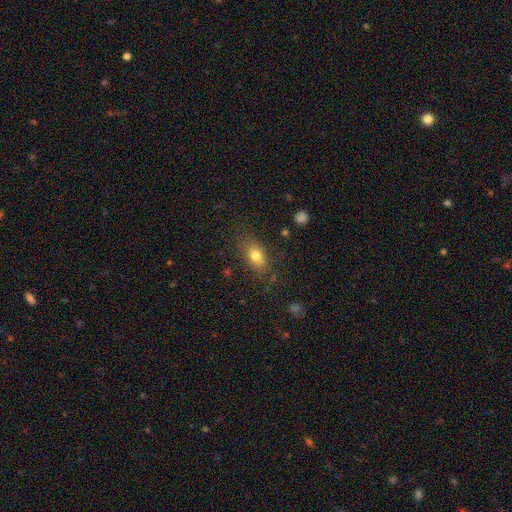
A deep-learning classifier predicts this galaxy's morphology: Q: Smooth or featured?
A: smooth (77%); runner-up: featured or disk (13%)
Q: How rounded?
A: in between (79%); runner-up: round (15%)
Q: Merging?
A: none (76%); runner-up: minor disturbance (16%)